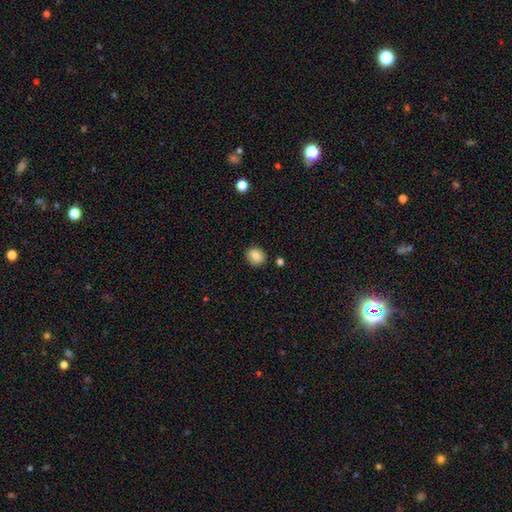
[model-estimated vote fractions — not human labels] This appears to be a smooth galaxy with no disk features (84%) that is round (71%). Merging: none (86%).